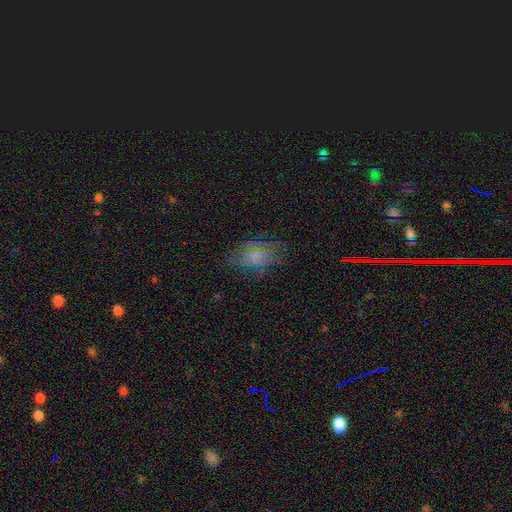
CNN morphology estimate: type=smooth (53%); roundness=in between (84%); merging=none (64%).